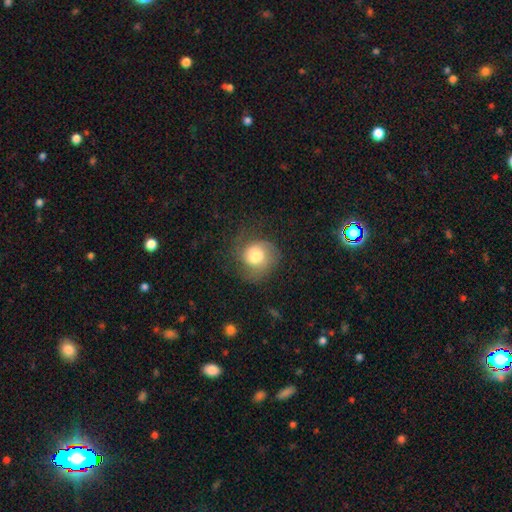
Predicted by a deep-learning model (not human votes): smooth_or_featured: smooth (p=0.56) [alt: featured or disk p=0.36]
how_rounded: round (p=0.78) [alt: in between p=0.22]
merging: none (p=0.55) [alt: minor disturbance p=0.24]